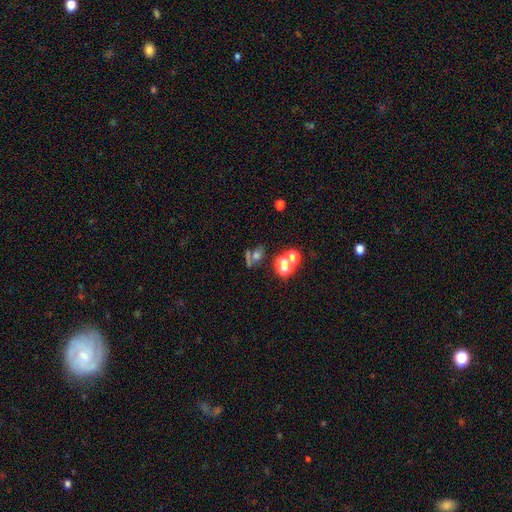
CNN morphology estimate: Smooth or featured?
  - star or artifact: 42% *
  - smooth: 33%
  - featured or disk: 25%